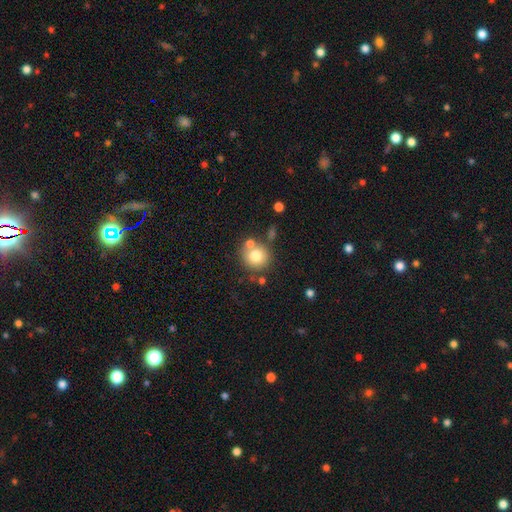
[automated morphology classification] Smooth or featured? smooth (75%)
How rounded? round (90%)
Merging? none (67%)